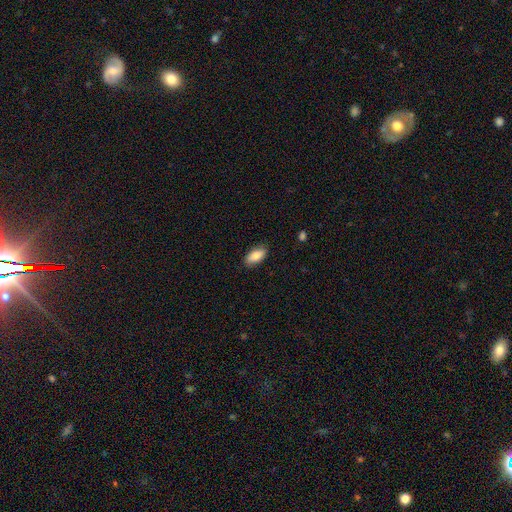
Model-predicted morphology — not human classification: Smooth or featured: smooth — 83% (featured or disk — 10%)
How rounded: in between — 90% (cigar-shaped — 8%)
Merging: none — 86% (minor disturbance — 11%)